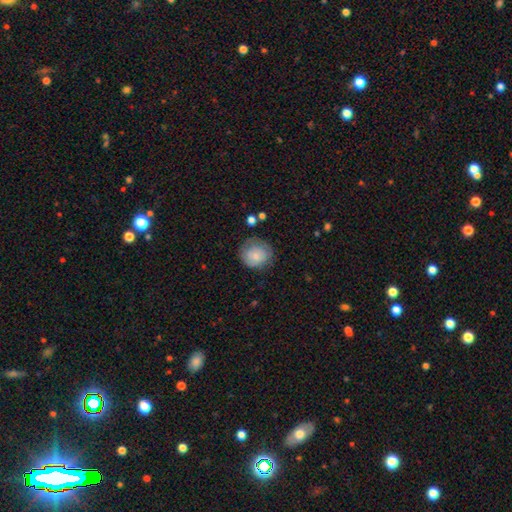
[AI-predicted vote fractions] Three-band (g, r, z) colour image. It shows a smooth galaxy with no disk features (75%) that is round (87%). Merging: none (65%).